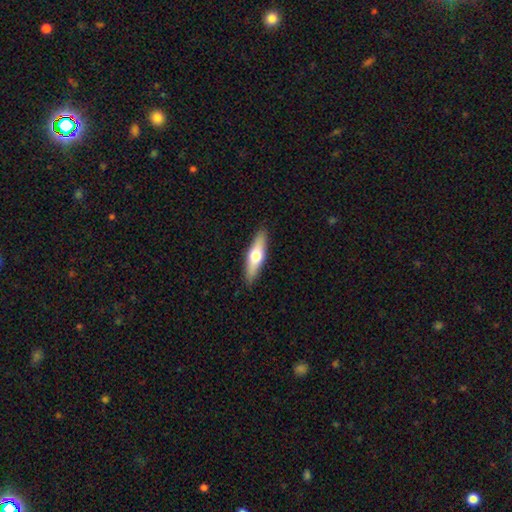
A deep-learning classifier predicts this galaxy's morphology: A smooth galaxy with no disk features (52%) that is cigar-shaped (66%).

Vote fractions:
- Smooth or featured? smooth: 52% / featured or disk: 42% / star or artifact: 5%
- How rounded? cigar-shaped: 66% / in between: 32% / round: 2%
- Merging? none: 89% / minor disturbance: 8% / major disturbance: 2% / merger: 1%